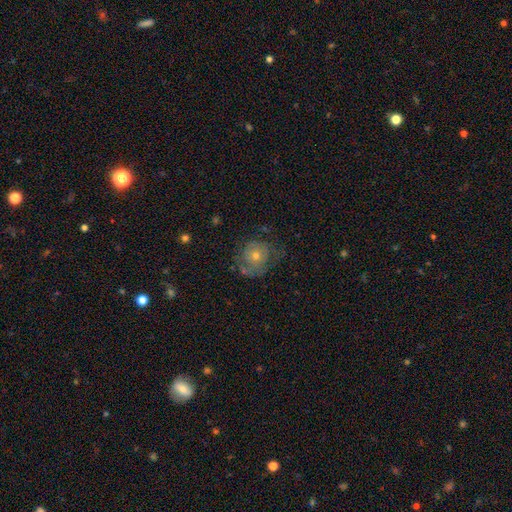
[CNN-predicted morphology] Q: Smooth or featured?
A: featured or disk (53%); runner-up: smooth (36%)
Q: Edge-on disk?
A: no (97%); runner-up: yes (3%)
Q: Bar?
A: no (87%); runner-up: weak (10%)
Q: Spiral arms?
A: yes (65%); runner-up: no (35%)
Q: Bulge size?
A: moderate (49%); runner-up: small (46%)
Q: Merging?
A: none (62%); runner-up: minor disturbance (21%)